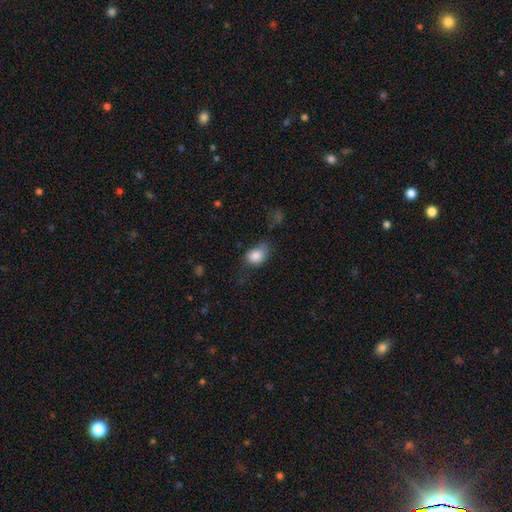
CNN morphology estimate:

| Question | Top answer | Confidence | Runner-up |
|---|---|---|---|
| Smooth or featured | smooth | 84% | star or artifact (9%) |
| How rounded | in between | 63% | round (35%) |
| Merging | none | 46% | minor disturbance (34%) |